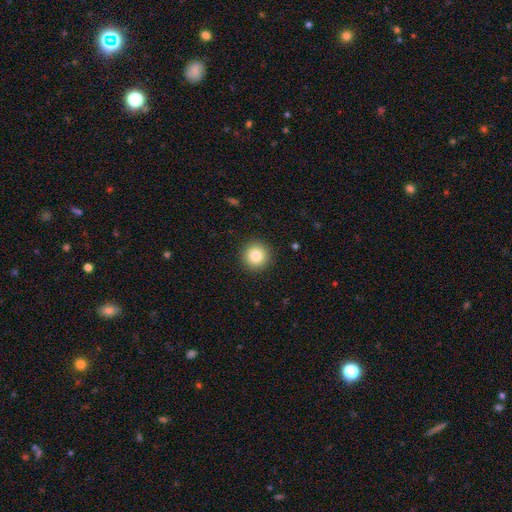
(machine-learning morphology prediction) Smooth or featured?
  - smooth: 84% *
  - star or artifact: 10%
  - featured or disk: 7%
How rounded?
  - round: 95% *
  - in between: 4%
  - cigar-shaped: 1%
Merging?
  - none: 92% *
  - minor disturbance: 5%
  - major disturbance: 2%
  - merger: 1%